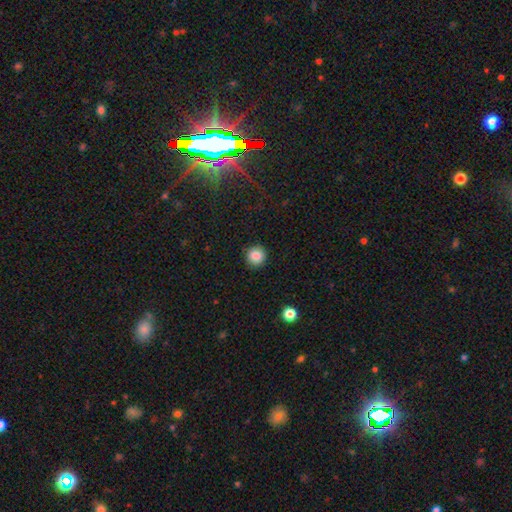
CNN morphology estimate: Q: Smooth or featured?
A: smooth (86%); runner-up: star or artifact (10%)
Q: How rounded?
A: round (94%); runner-up: in between (5%)
Q: Merging?
A: none (90%); runner-up: minor disturbance (7%)